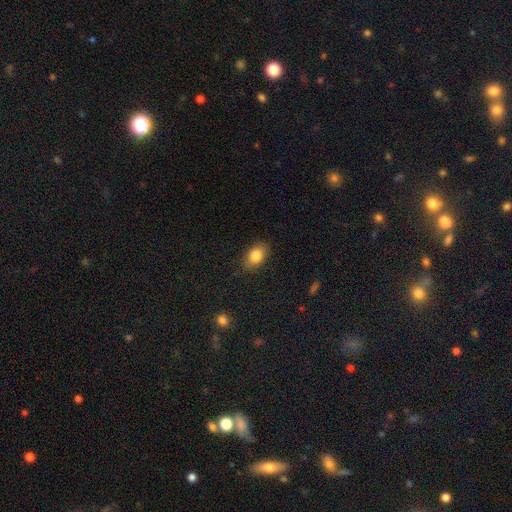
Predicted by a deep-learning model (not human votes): Q: Smooth or featured?
A: smooth (83%); runner-up: star or artifact (8%)
Q: How rounded?
A: in between (80%); runner-up: round (18%)
Q: Merging?
A: none (84%); runner-up: minor disturbance (12%)